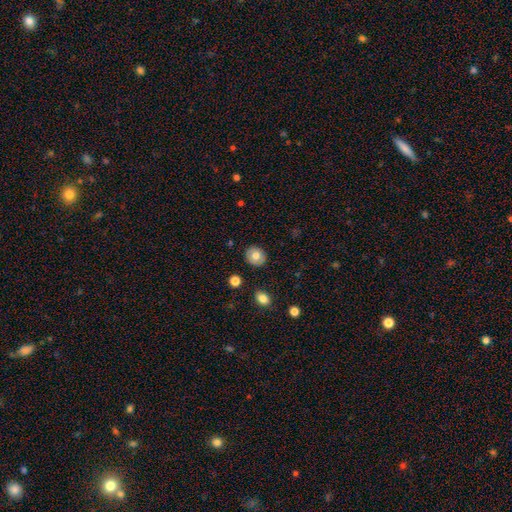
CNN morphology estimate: smooth_or_featured: smooth (p=0.77) [alt: featured or disk p=0.14]
how_rounded: round (p=0.79) [alt: in between p=0.20]
merging: none (p=0.88) [alt: minor disturbance p=0.08]